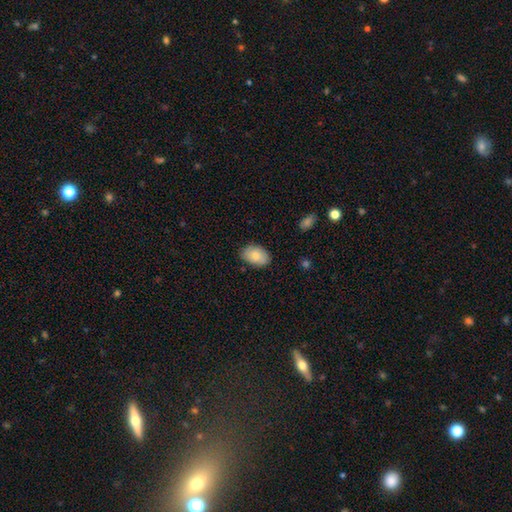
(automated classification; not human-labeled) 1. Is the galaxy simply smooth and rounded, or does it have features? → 83% smooth, 10% featured or disk, 7% star or artifact.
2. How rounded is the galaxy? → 89% in between, 10% round, 1% cigar-shaped.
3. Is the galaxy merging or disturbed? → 81% none, 15% minor disturbance, 3% major disturbance, 1% merger.